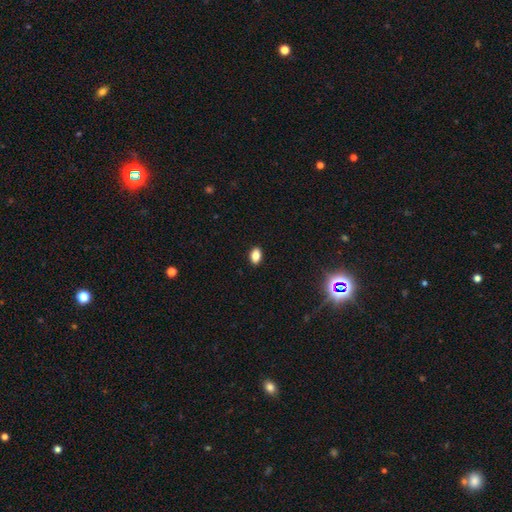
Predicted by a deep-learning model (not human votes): Morphology: type=smooth (84%); roundness=in between (86%); merging=none (90%).